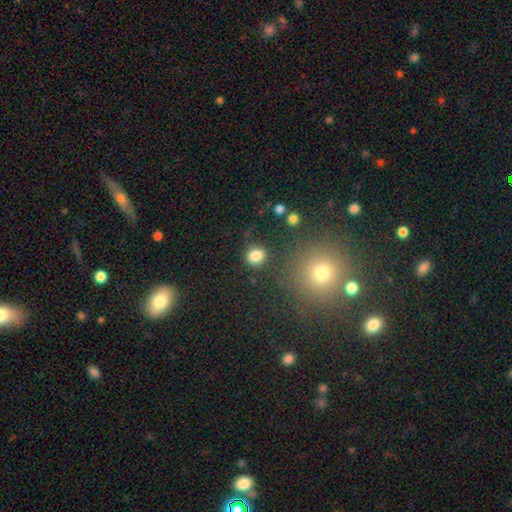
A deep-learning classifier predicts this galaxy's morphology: A smooth galaxy with no disk features (84%) that is round (68%).

Vote fractions:
- Smooth or featured? smooth: 84% / star or artifact: 11% / featured or disk: 5%
- How rounded? round: 68% / in between: 31% / cigar-shaped: 1%
- Merging? none: 76% / minor disturbance: 14% / major disturbance: 5% / merger: 5%